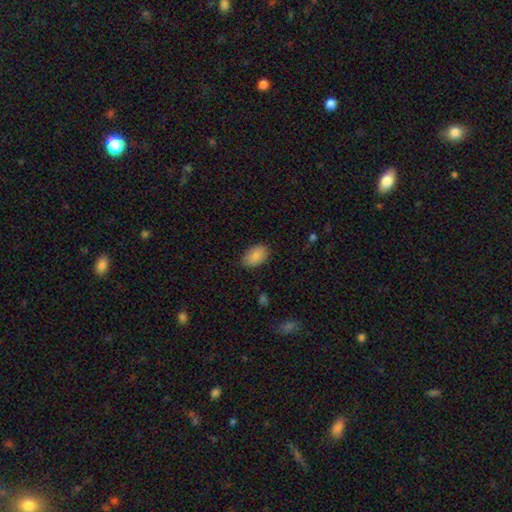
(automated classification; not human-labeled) smooth-or-featured: smooth: 86% | star or artifact: 7% | featured or disk: 7%
  how-rounded: in between: 89% | round: 10% | cigar-shaped: 1%
  merging: none: 83% | minor disturbance: 13% | major disturbance: 3% | merger: 1%